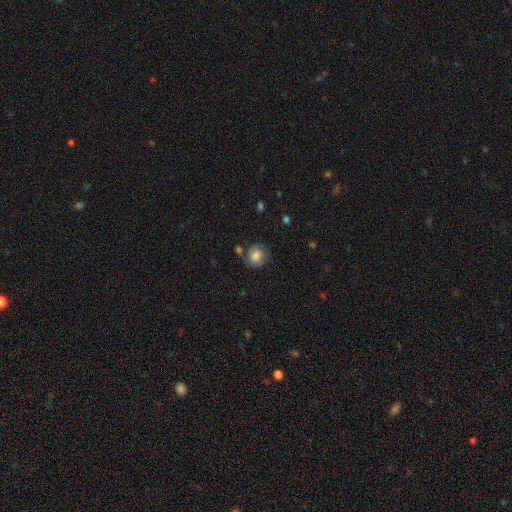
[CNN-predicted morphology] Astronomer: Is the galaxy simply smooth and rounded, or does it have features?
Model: smooth — 62%.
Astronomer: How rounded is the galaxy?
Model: round — 62%.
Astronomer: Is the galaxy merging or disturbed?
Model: none — 62%.